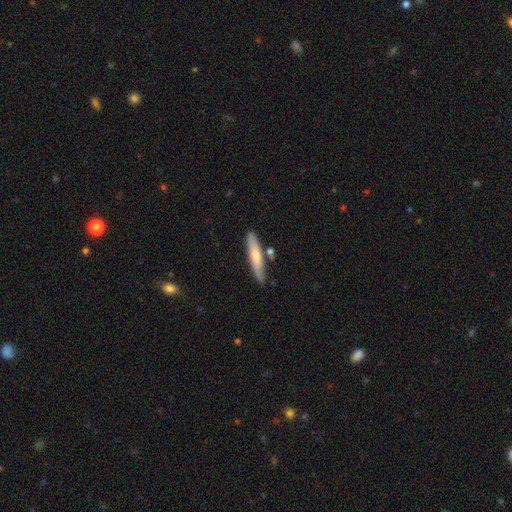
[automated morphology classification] Smooth or featured? smooth (66%)
How rounded? cigar-shaped (87%)
Merging? none (75%)